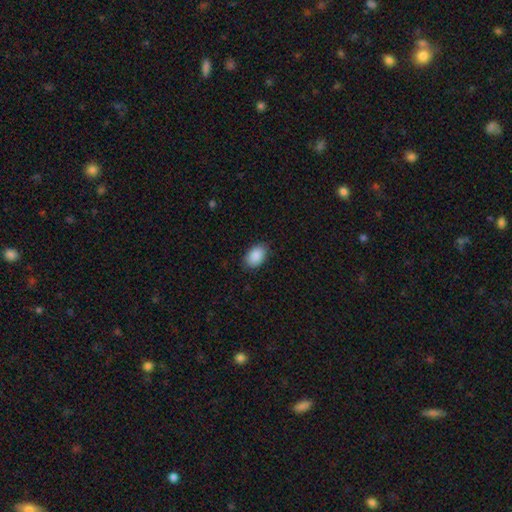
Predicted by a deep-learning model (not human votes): Overall: smooth (90%). How rounded: in between (88%). Merging: none (85%).